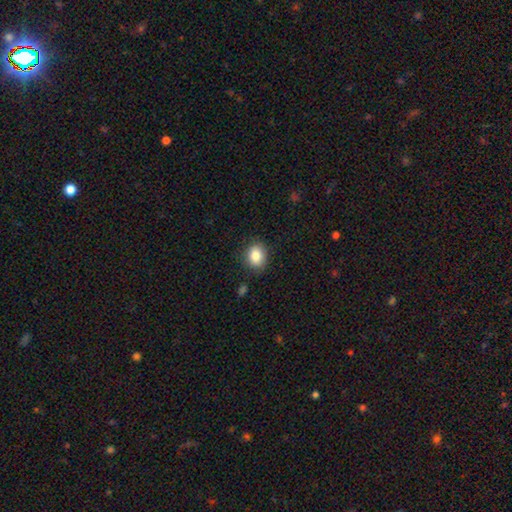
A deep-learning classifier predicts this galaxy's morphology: This is clearly a smooth galaxy (84%). How rounded: possibly round (50%). Merging: clearly none (86%).